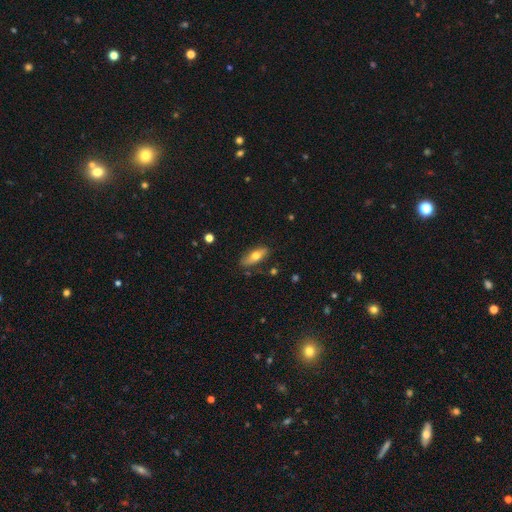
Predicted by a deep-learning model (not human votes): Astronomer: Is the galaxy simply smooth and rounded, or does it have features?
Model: smooth — 63%.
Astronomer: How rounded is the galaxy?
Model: in between — 68%.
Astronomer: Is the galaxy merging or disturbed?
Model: none — 80%.